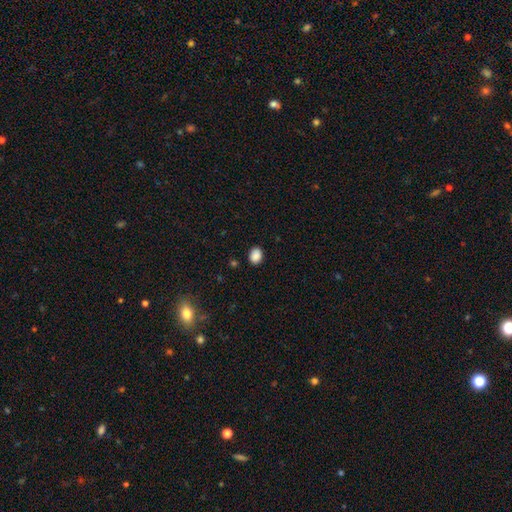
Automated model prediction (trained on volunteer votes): Smooth or featured? smooth (88%)
How rounded? in between (65%)
Merging? none (87%)